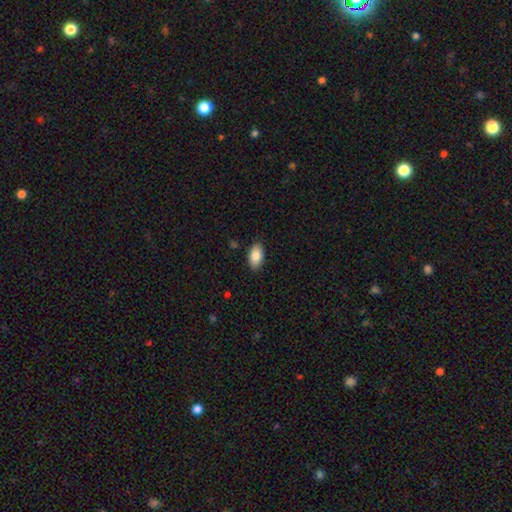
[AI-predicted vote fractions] A smooth galaxy with no disk features (85%) that is in between round and cigar-shaped (93%).

Vote fractions:
- Smooth or featured? smooth: 85% / featured or disk: 9% / star or artifact: 7%
- How rounded? in between: 93% / round: 5% / cigar-shaped: 2%
- Merging? none: 87% / minor disturbance: 9% / major disturbance: 2% / merger: 1%